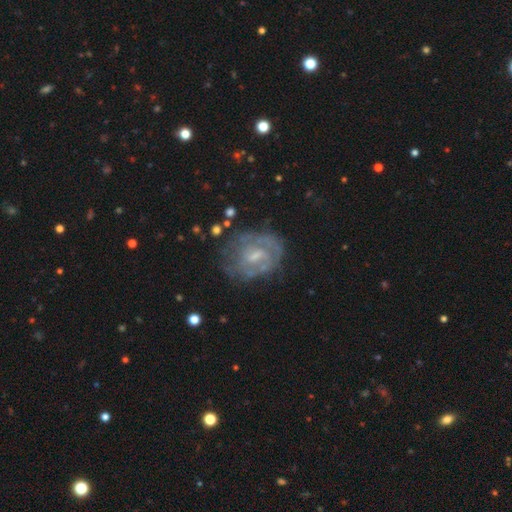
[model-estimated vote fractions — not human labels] Smooth or featured? featured or disk (71%)
Edge-on disk? no (97%)
Bar? weak (48%)
Spiral arms? yes (69%)
Bulge size? small (47%)
Merging? none (62%)